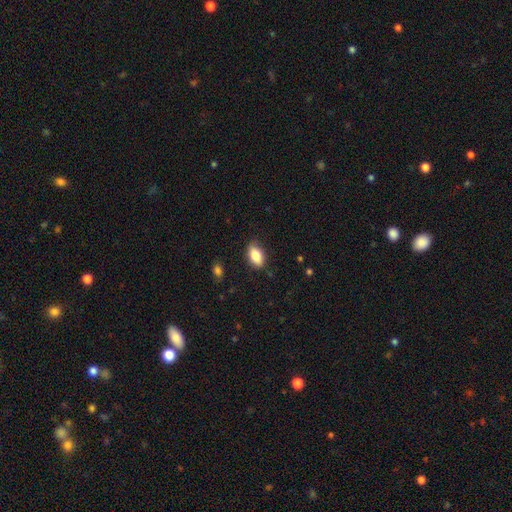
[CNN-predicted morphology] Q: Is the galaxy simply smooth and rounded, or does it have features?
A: smooth — 84%.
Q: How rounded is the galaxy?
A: in between — 90%.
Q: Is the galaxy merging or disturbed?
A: none — 82%.